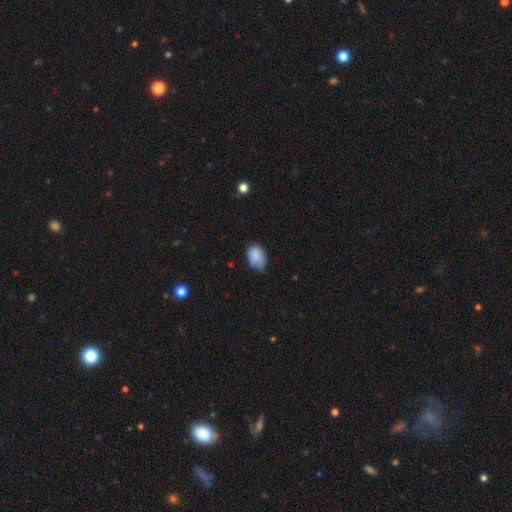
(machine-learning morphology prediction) Q: Smooth or featured?
A: smooth (82%); runner-up: featured or disk (10%)
Q: How rounded?
A: in between (83%); runner-up: round (16%)
Q: Merging?
A: minor disturbance (44%); runner-up: none (43%)